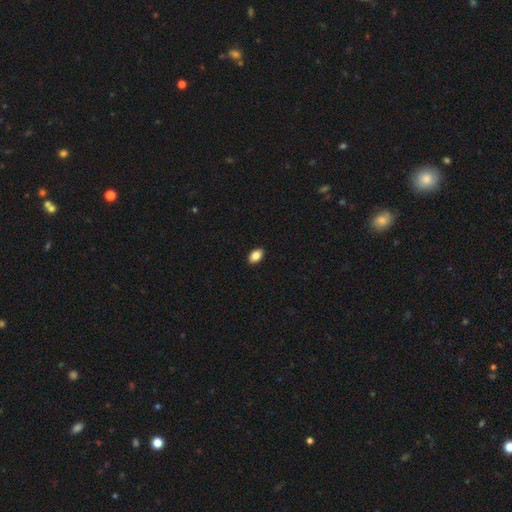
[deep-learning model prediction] Smooth or featured: smooth — 86% (star or artifact — 8%)
How rounded: in between — 90% (round — 9%)
Merging: none — 90% (minor disturbance — 7%)